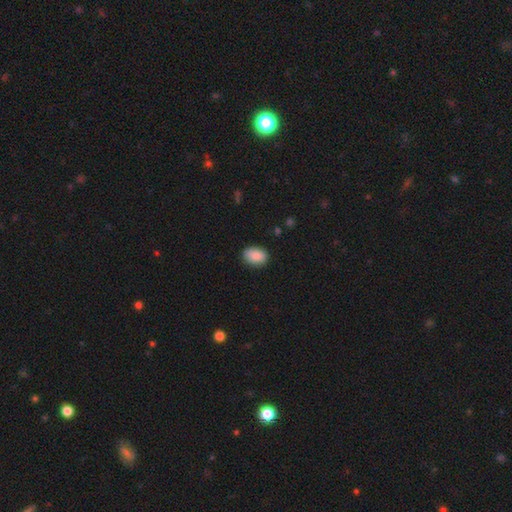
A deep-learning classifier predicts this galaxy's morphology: type=smooth (87%); roundness=in between (79%); merging=none (87%).